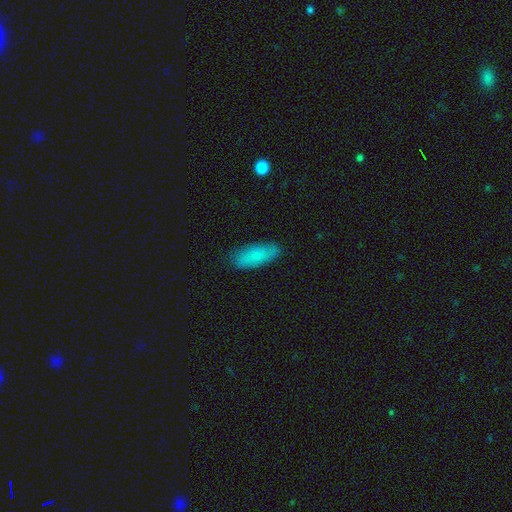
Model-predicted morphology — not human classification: Smooth or featured: smooth — 83% (featured or disk — 10%)
How rounded: in between — 73% (cigar-shaped — 25%)
Merging: none — 86% (minor disturbance — 11%)